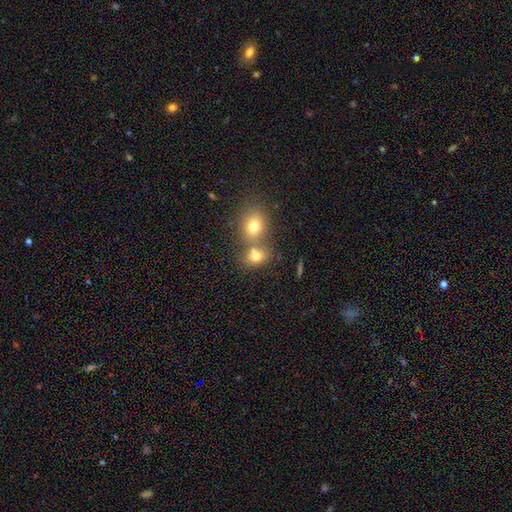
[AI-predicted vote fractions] Smooth or featured? smooth (75%)
How rounded? round (54%)
Merging? merger (46%)